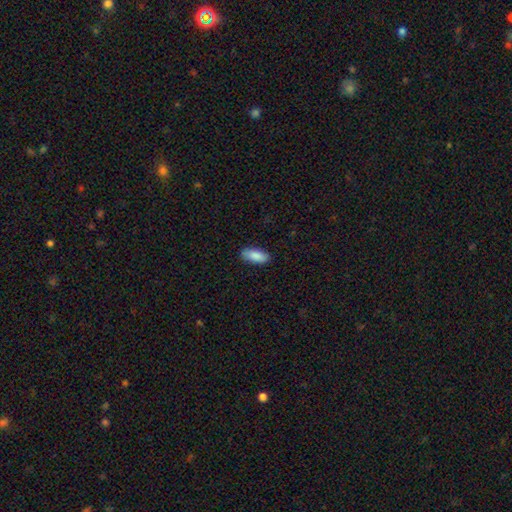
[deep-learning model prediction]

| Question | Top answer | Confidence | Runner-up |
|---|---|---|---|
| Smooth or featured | smooth | 88% | featured or disk (6%) |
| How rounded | in between | 82% | cigar-shaped (16%) |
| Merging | none | 88% | minor disturbance (9%) |